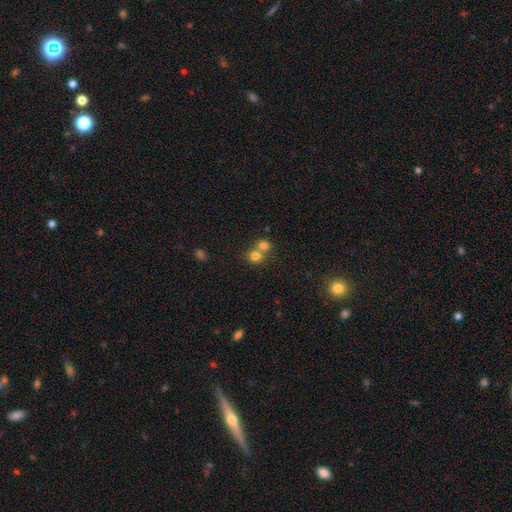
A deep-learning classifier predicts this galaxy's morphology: smooth_or_featured: smooth (p=0.77) [alt: star or artifact p=0.13]
how_rounded: round (p=0.80) [alt: in between p=0.19]
merging: merger (p=0.55) [alt: none p=0.37]